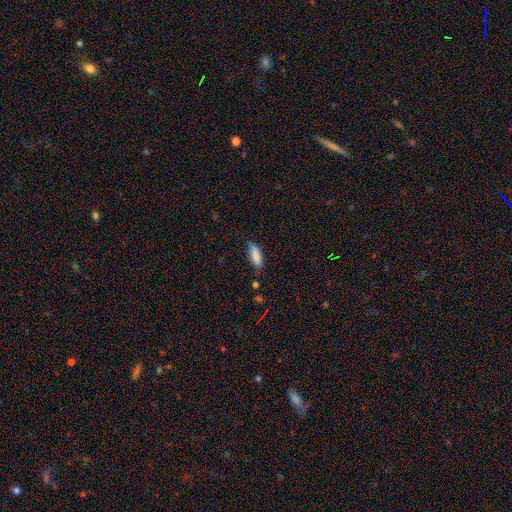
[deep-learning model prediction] Smooth or featured? smooth (84%)
How rounded? in between (58%)
Merging? none (65%)